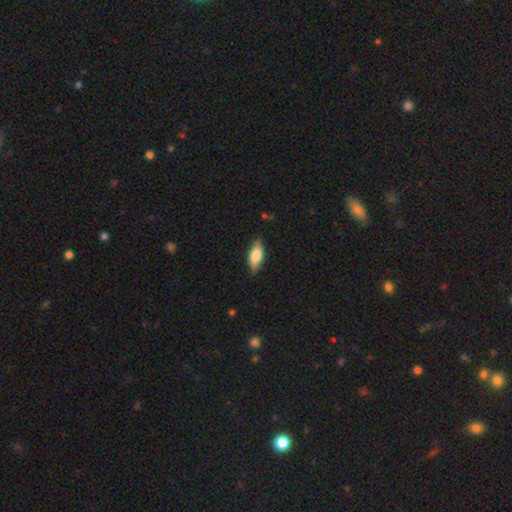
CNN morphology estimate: This is likely a smooth galaxy (72%). How rounded: likely in between (79%). Merging: clearly none (82%).